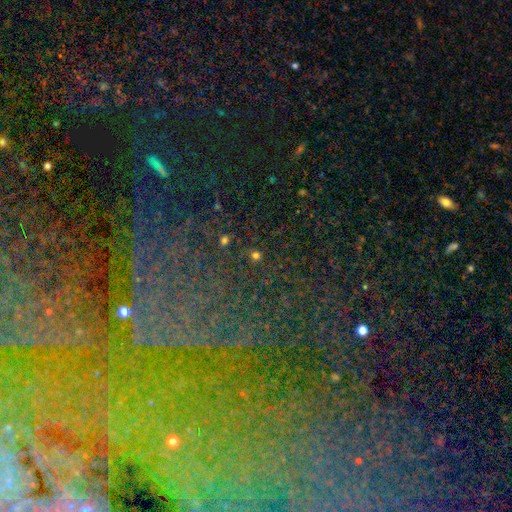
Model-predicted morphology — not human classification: star or artifact 46% (tied), smooth 46% (tied), featured or disk 8%.